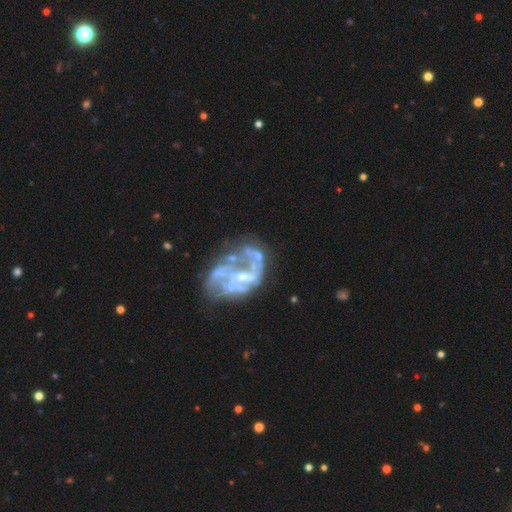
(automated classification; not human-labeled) smooth-or-featured: featured or disk: 79% | smooth: 11% | star or artifact: 10%
  disk-edge-on: no: 98% | yes: 2%
    bar: no: 57% | weak: 32% | strong: 11%
    has-spiral-arms: yes: 54% | no: 46%
    bulge-size: small: 36% | none: 32% | moderate: 28% | large: 3% | dominant: 1%
  merging: major disturbance: 39% | none: 31% | minor disturbance: 17% | merger: 13%